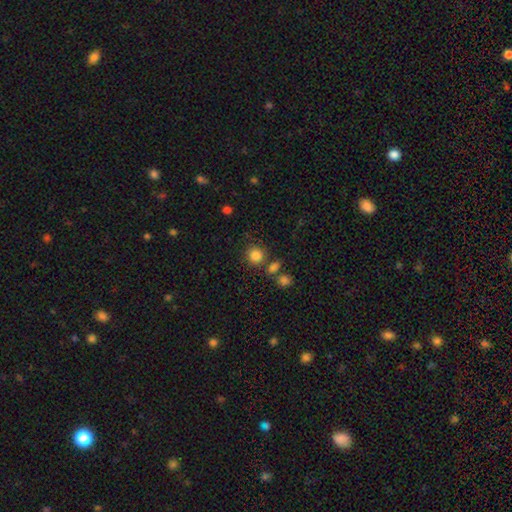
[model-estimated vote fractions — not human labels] This appears to be a smooth galaxy with no disk features (83%) that is round (88%). Merging: none (76%).